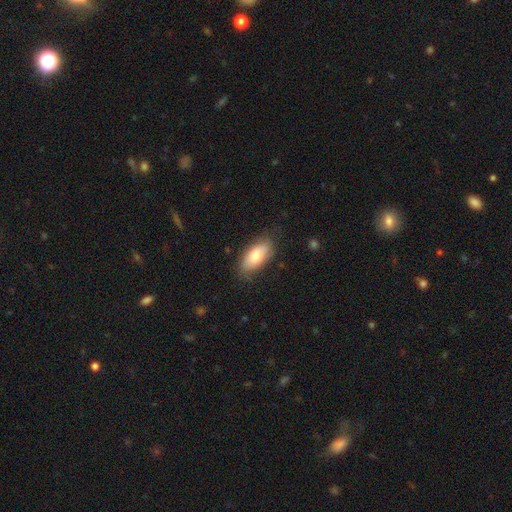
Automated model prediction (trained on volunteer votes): Q: Smooth or featured?
A: smooth (78%); runner-up: featured or disk (16%)
Q: How rounded?
A: in between (89%); runner-up: cigar-shaped (9%)
Q: Merging?
A: none (76%); runner-up: minor disturbance (18%)